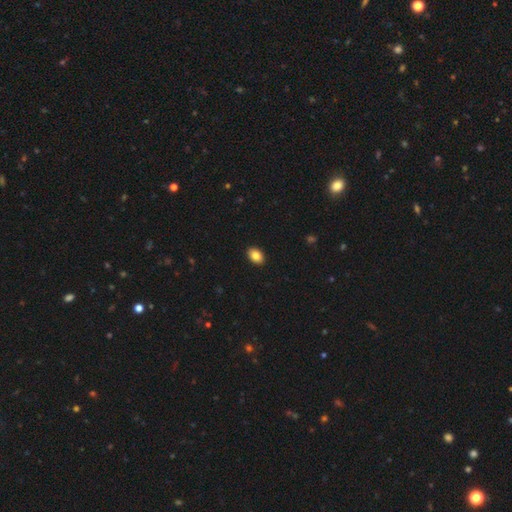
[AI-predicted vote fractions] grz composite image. It shows a smooth galaxy with no disk features (85%) that is in between round and cigar-shaped (82%). Merging: none (91%).